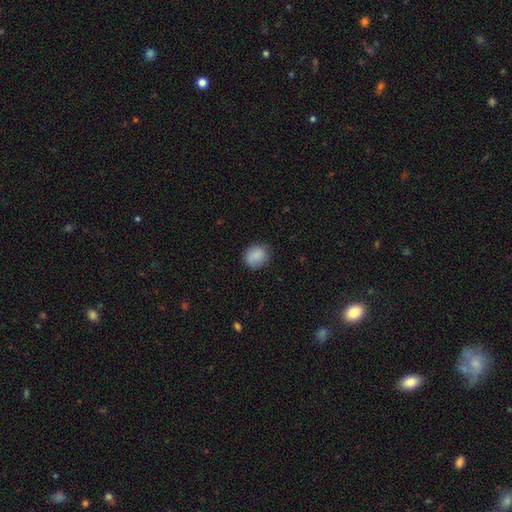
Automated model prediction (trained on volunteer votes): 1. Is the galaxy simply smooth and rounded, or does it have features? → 87% smooth, 8% star or artifact, 5% featured or disk.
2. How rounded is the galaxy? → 73% round, 27% in between, 1% cigar-shaped.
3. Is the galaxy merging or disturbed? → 81% none, 15% minor disturbance, 3% major disturbance, 1% merger.